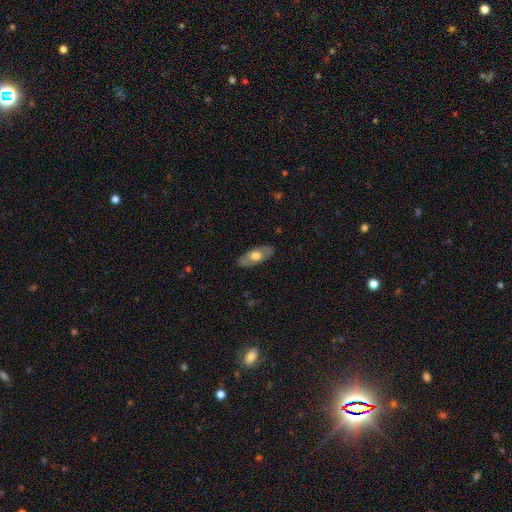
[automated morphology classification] Q: Smooth or featured?
A: smooth (51%); runner-up: featured or disk (43%)
Q: How rounded?
A: in between (87%); runner-up: cigar-shaped (8%)
Q: Merging?
A: none (84%); runner-up: minor disturbance (12%)